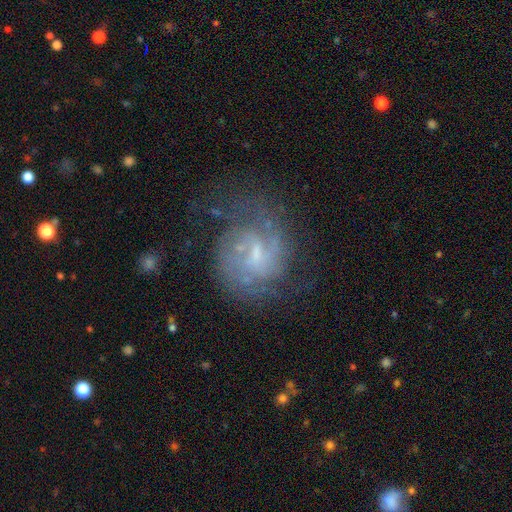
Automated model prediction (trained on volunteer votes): smooth-or-featured: featured or disk: 76% | smooth: 15% | star or artifact: 9%
  disk-edge-on: no: 98% | yes: 2%
    bar: weak: 55% | no: 34% | strong: 11%
    has-spiral-arms: yes: 88% | no: 12%
      spiral-winding: medium: 42% | tight: 40% | loose: 18%
      spiral-arm-count: 2: 43% | can't tell: 32% | 3: 11% | 1: 6% | 4: 4% | more than 4: 4%
    bulge-size: small: 60% | moderate: 22% | none: 16% | large: 2% | dominant: 1%
  merging: none: 59% | minor disturbance: 20% | major disturbance: 18% | merger: 3%